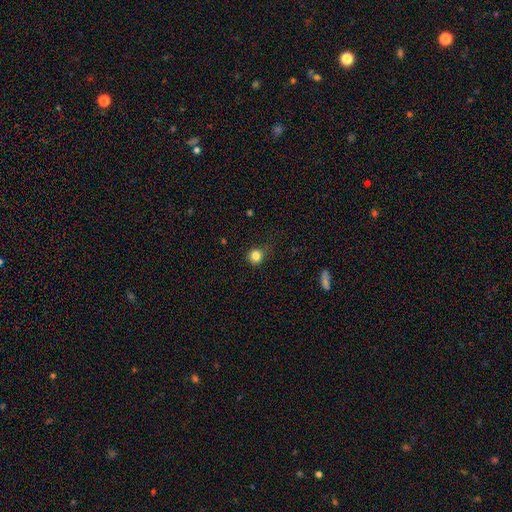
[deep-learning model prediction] Smooth or featured?
  - smooth: 83% *
  - star or artifact: 12%
  - featured or disk: 5%
How rounded?
  - round: 88% *
  - in between: 11%
  - cigar-shaped: 1%
Merging?
  - none: 75% *
  - minor disturbance: 18%
  - major disturbance: 6%
  - merger: 2%